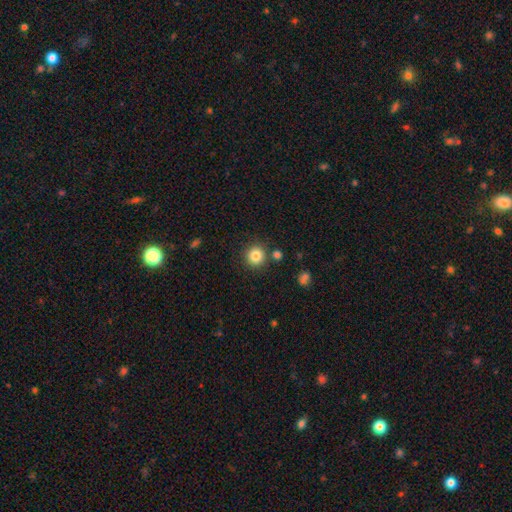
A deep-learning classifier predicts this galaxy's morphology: A smooth galaxy with no disk features (83%) that is round (93%). Merging: none (84%).